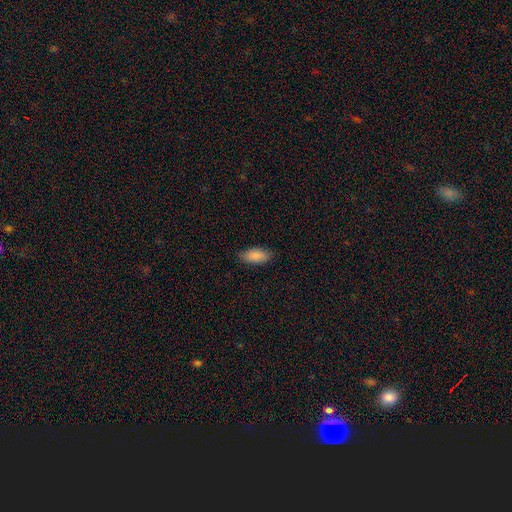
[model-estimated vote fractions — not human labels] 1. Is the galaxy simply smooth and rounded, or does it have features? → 89% smooth, 6% star or artifact, 5% featured or disk.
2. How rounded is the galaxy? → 87% in between, 11% cigar-shaped, 2% round.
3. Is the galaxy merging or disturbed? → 86% none, 11% minor disturbance, 2% major disturbance, 1% merger.